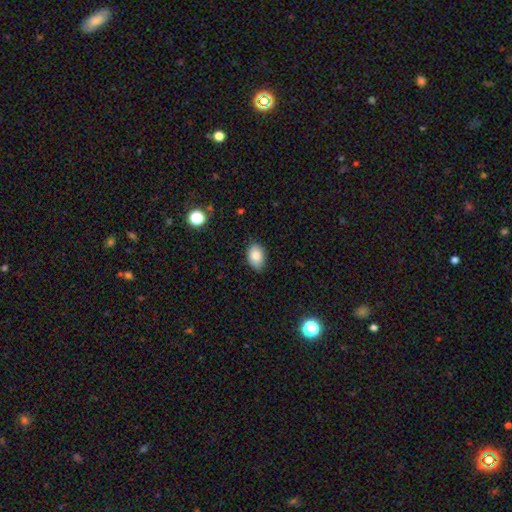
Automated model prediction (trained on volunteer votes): Q: Smooth or featured?
A: smooth (86%); runner-up: star or artifact (8%)
Q: How rounded?
A: in between (86%); runner-up: round (13%)
Q: Merging?
A: none (82%); runner-up: minor disturbance (15%)